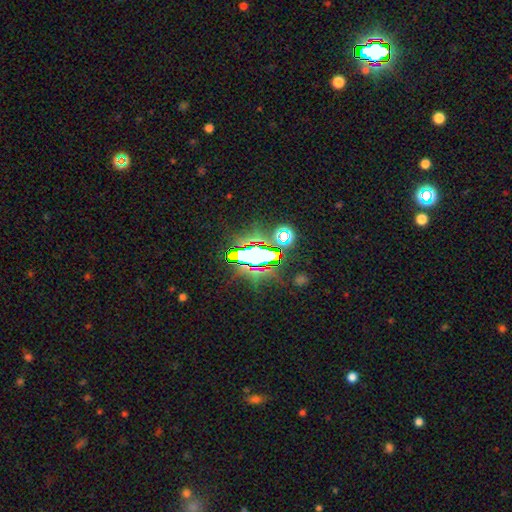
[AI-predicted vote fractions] smooth_or_featured: star or artifact (p=0.69) [alt: smooth p=0.18]